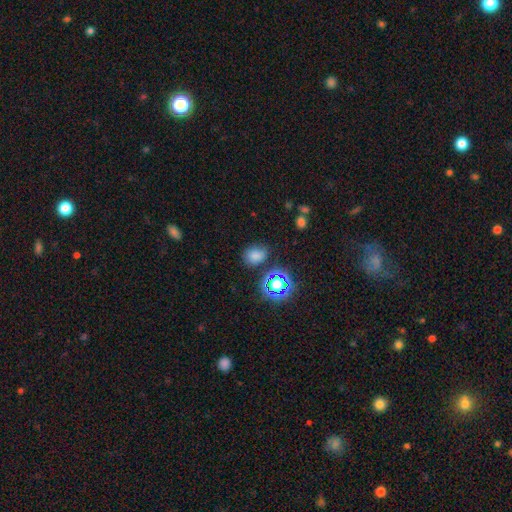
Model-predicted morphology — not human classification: This is likely a smooth galaxy (70%). How rounded: possibly in between (54%). Merging: likely none (73%).